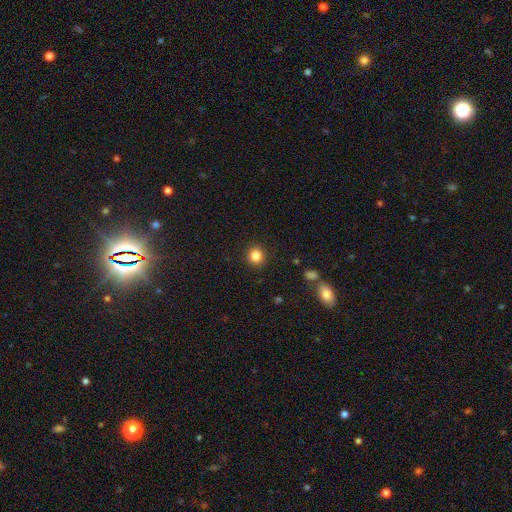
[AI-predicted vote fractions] A smooth galaxy with no disk features (84%) that is round (90%).

Vote fractions:
- Smooth or featured? smooth: 84% / star or artifact: 11% / featured or disk: 4%
- How rounded? round: 90% / in between: 9% / cigar-shaped: 1%
- Merging? none: 90% / minor disturbance: 7% / major disturbance: 2% / merger: 1%